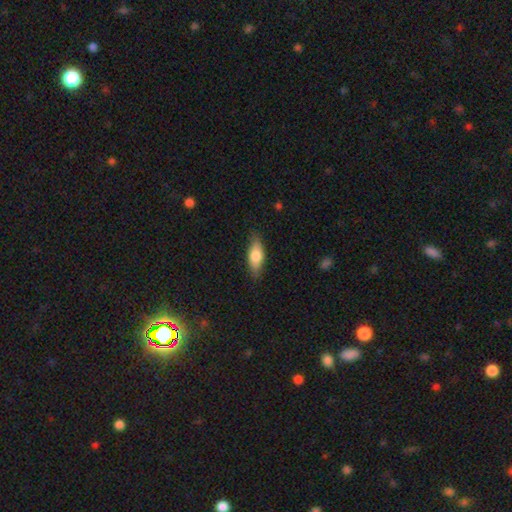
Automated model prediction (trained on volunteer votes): The model was most divided on "how rounded": in between: 69%, cigar-shaped: 28%, round: 3%. More confident: merging — none (84%); smooth or featured — smooth (73%).